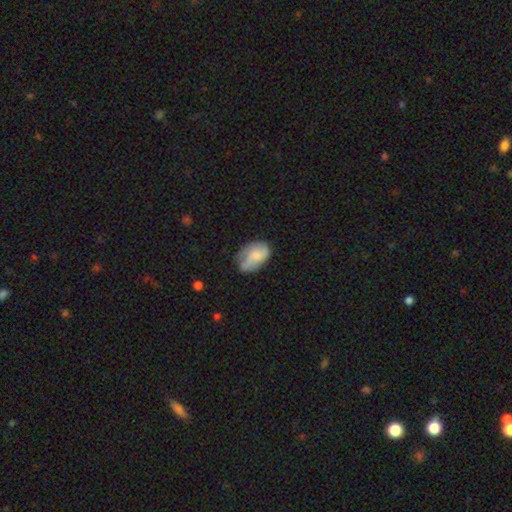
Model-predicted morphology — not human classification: Smooth or featured? Predicted: smooth (p=0.65). How rounded? Predicted: in between (p=0.87). Merging? Predicted: none (p=0.43).